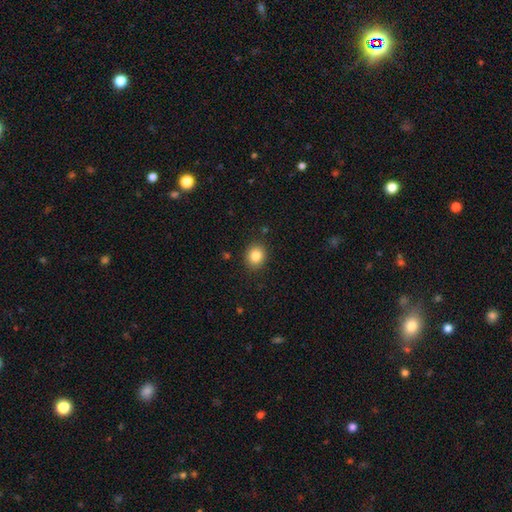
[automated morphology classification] Smooth or featured?
  - smooth: 85% *
  - star or artifact: 10%
  - featured or disk: 5%
How rounded?
  - round: 71% *
  - in between: 28%
  - cigar-shaped: 1%
Merging?
  - none: 89% *
  - minor disturbance: 8%
  - major disturbance: 2%
  - merger: 1%